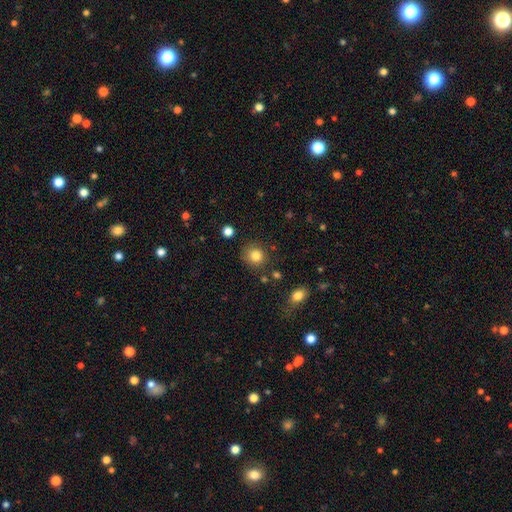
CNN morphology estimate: A smooth galaxy with no disk features (83%) that is round (88%). Merging: none (83%).